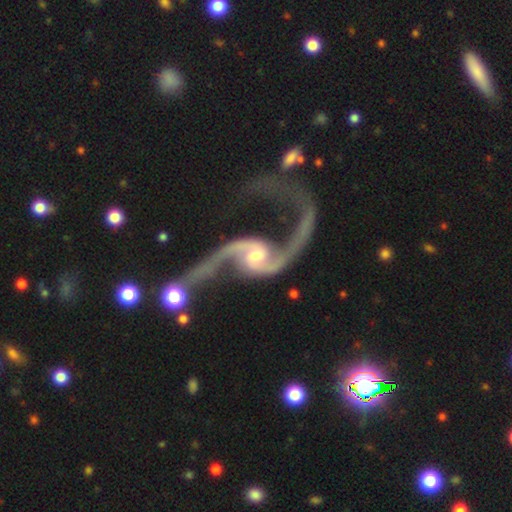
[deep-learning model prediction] The model was most divided on "bar": no: 46%, weak: 39%, strong: 15%. Remaining: spiral arms — yes (97%); edge-on disk — no (97%); spiral arm count — 2 (94%); smooth or featured — featured or disk (93%); spiral winding — loose (88%); bulge size — moderate (64%); merging — none (48%).